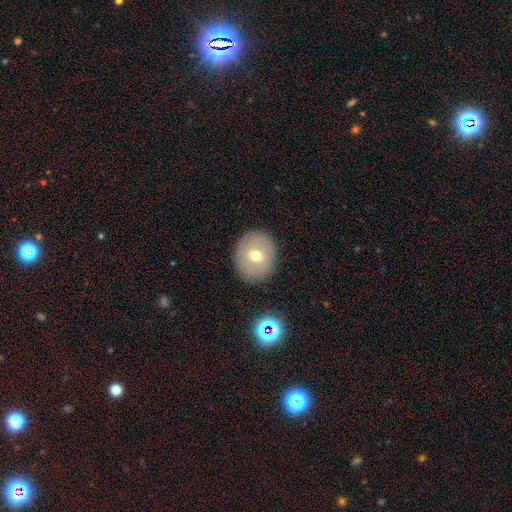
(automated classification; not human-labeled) This is possibly a smooth galaxy (59%). How rounded: likely round (72%). Merging: clearly none (87%).